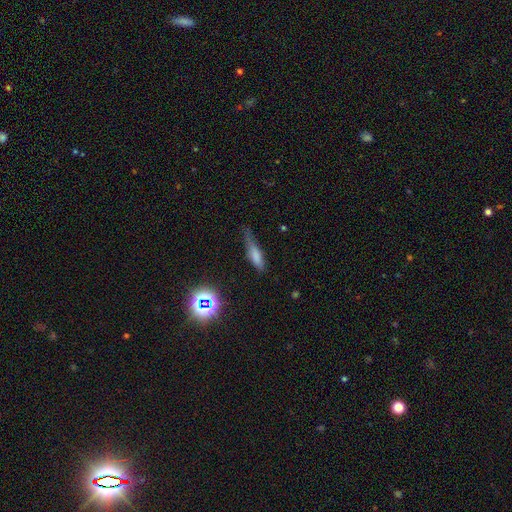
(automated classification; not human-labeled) smooth-or-featured: smooth: 66% | featured or disk: 20% | star or artifact: 14%
  how-rounded: cigar-shaped: 64% | in between: 32% | round: 3%
  merging: none: 44% | minor disturbance: 38% | major disturbance: 15% | merger: 3%